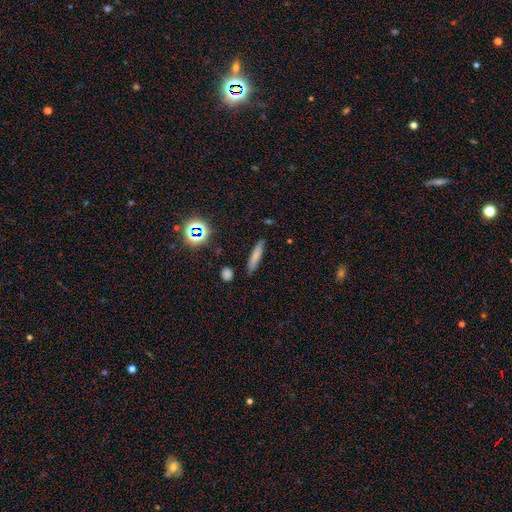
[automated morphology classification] type=smooth (71%); roundness=cigar-shaped (83%); merging=none (83%).